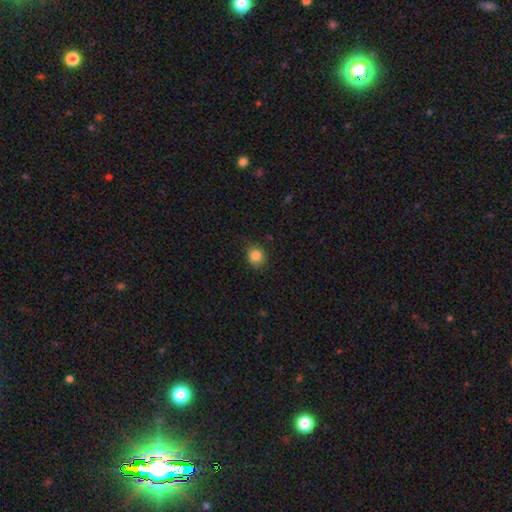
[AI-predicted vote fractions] A smooth galaxy with no disk features (84%) that is round (78%).

Vote fractions:
- Smooth or featured? smooth: 84% / star or artifact: 11% / featured or disk: 5%
- How rounded? round: 78% / in between: 21% / cigar-shaped: 1%
- Merging? none: 82% / minor disturbance: 14% / major disturbance: 3% / merger: 1%